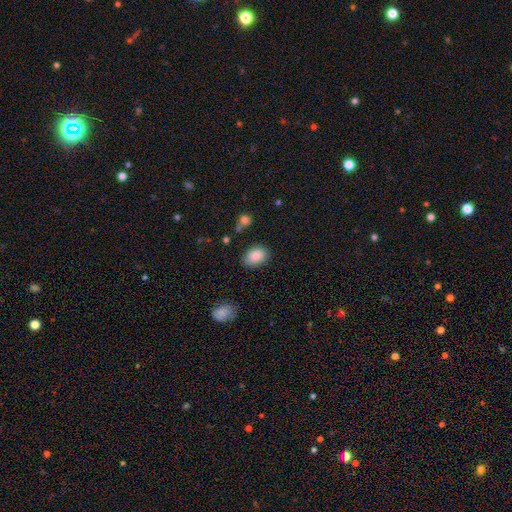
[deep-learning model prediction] A smooth galaxy with no disk features (87%) that is in between round and cigar-shaped (79%). Merging: none (81%).